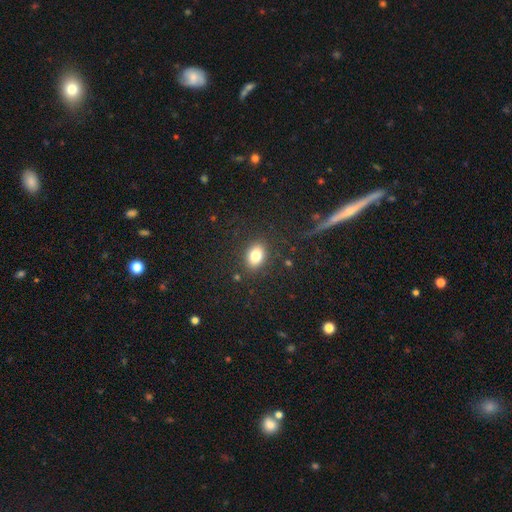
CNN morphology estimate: A smooth galaxy with no disk features (82%) that is in between round and cigar-shaped (75%).

Vote fractions:
- Smooth or featured? smooth: 82% / star or artifact: 10% / featured or disk: 8%
- How rounded? in between: 75% / round: 24% / cigar-shaped: 1%
- Merging? none: 85% / minor disturbance: 10% / major disturbance: 4% / merger: 2%